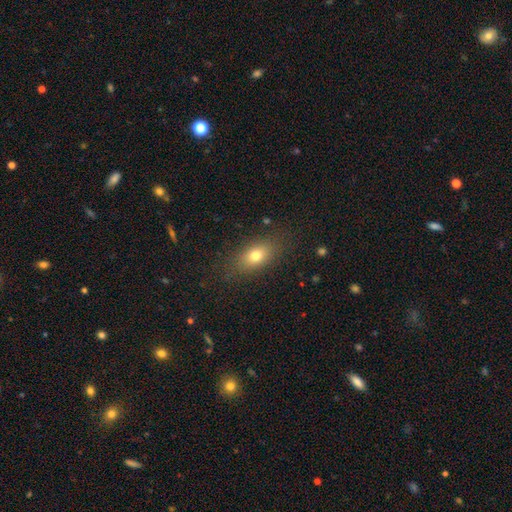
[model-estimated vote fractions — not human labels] Smooth or featured? smooth (75%)
How rounded? in between (78%)
Merging? none (82%)